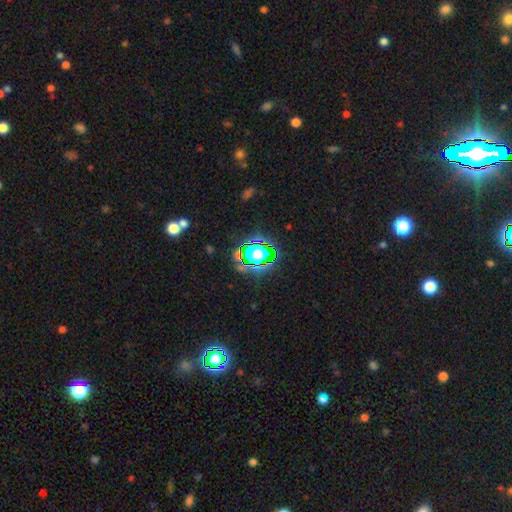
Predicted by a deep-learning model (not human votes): Overall: star or artifact (55%; smooth 31%).